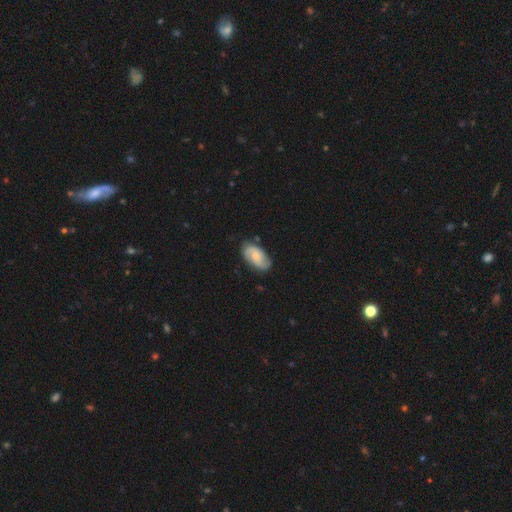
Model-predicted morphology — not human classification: Smooth or featured? featured or disk (58%)
Edge-on disk? no (96%)
Bar? no (63%)
Spiral arms? yes (91%)
Spiral winding? medium (44%)
Spiral arm count? 2 (77%)
Bulge size? small (51%)
Merging? none (75%)